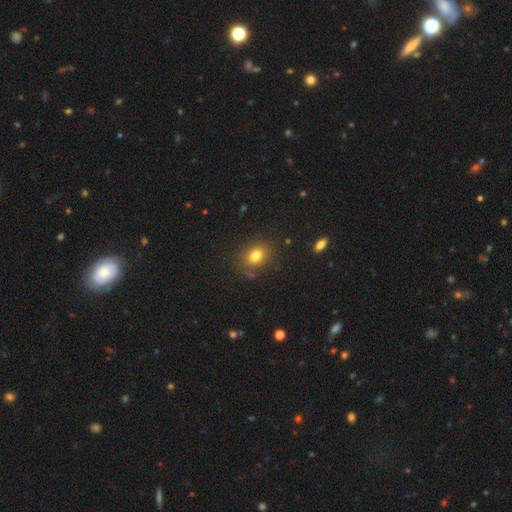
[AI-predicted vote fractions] Smooth or featured? Predicted: smooth (p=0.80). How rounded? Predicted: in between (p=0.62). Merging? Predicted: none (p=0.81).